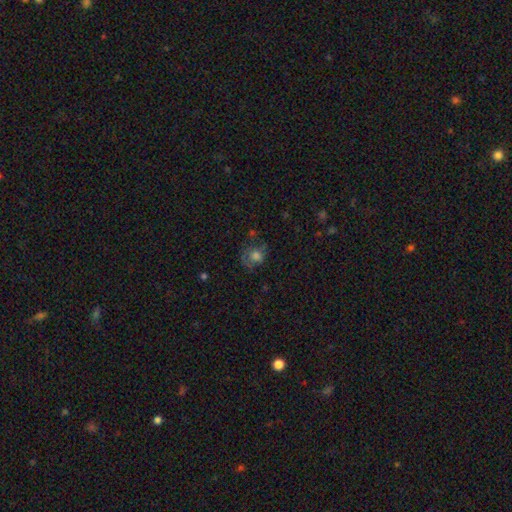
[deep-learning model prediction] smooth 62%, featured or disk 25%, star or artifact 13%. Down the decision tree: how rounded — round (70%); merging — none (46%).